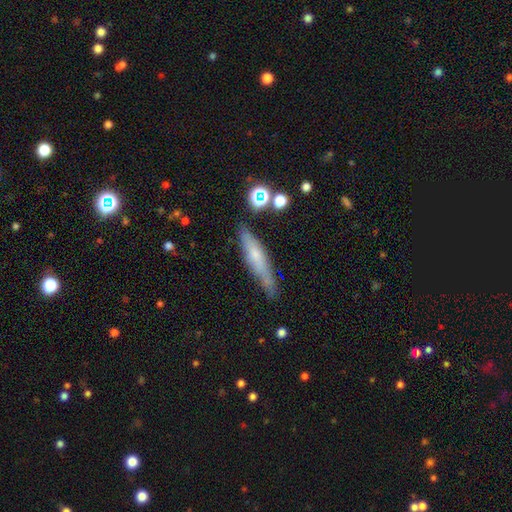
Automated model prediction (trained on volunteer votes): The model was most divided on "smooth or featured": smooth: 50%, featured or disk: 41%, star or artifact: 10%. More confident: merging — none (72%).